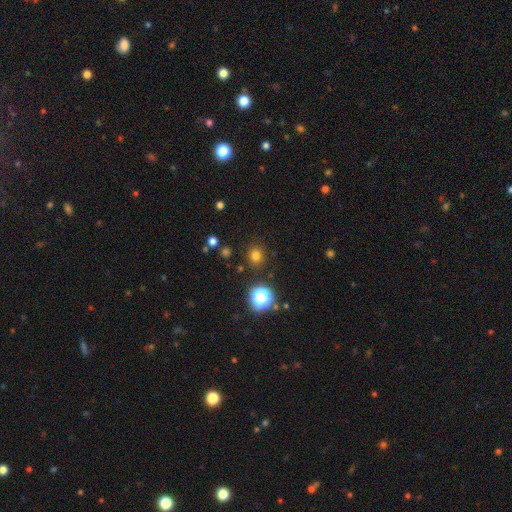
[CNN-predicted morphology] Overall: smooth (75%). How rounded: round (88%). Merging: none (88%).